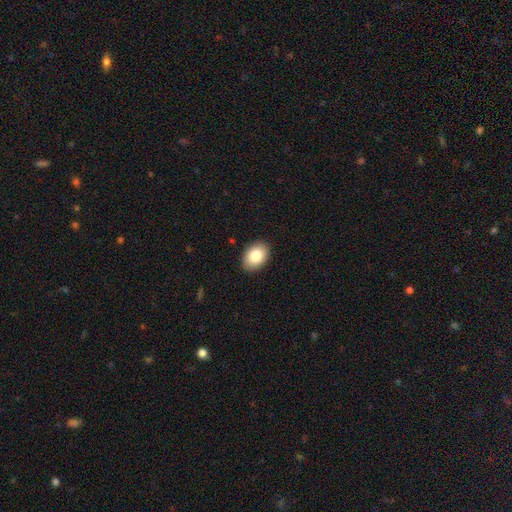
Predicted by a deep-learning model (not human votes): This appears to be a smooth galaxy with no disk features (84%) that is in between round and cigar-shaped (82%). Merging: none (90%).